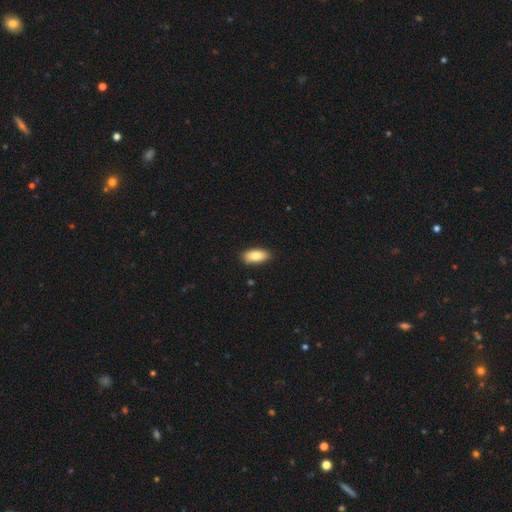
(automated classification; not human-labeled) smooth 84%, featured or disk 9%, star or artifact 6%. Down the decision tree: how rounded — in between (87%); merging — none (88%).